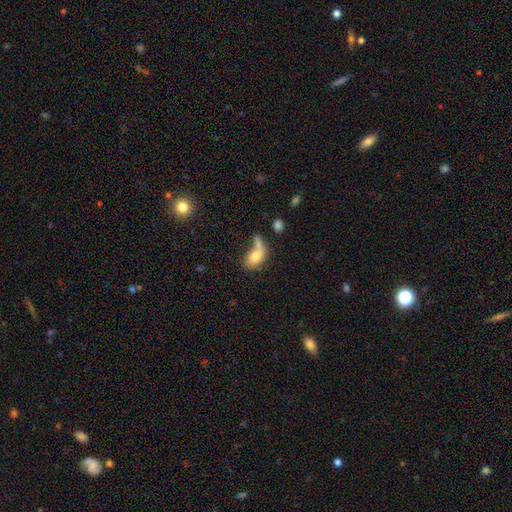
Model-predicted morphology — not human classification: A smooth galaxy with no disk features (74%) that is in between round and cigar-shaped (81%). Merging: merger (40%).